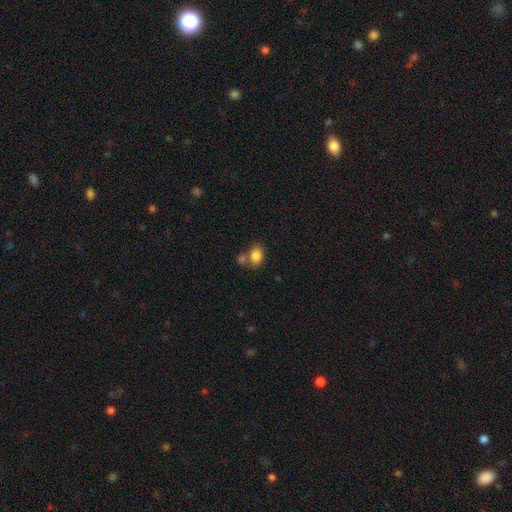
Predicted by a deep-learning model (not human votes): smooth-or-featured: smooth: 84% | star or artifact: 9% | featured or disk: 7%
  how-rounded: in between: 70% | round: 29% | cigar-shaped: 1%
  merging: none: 49% | merger: 33% | minor disturbance: 13% | major disturbance: 5%